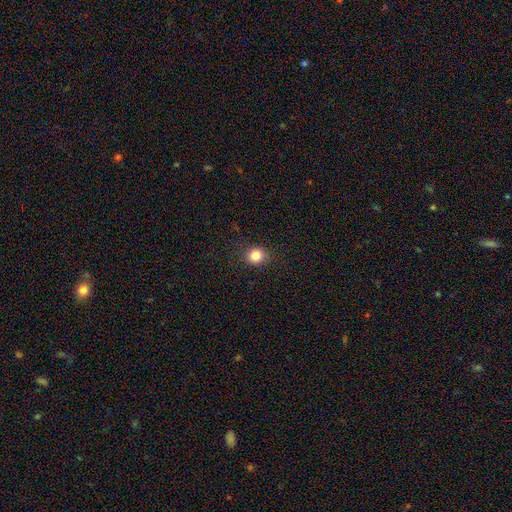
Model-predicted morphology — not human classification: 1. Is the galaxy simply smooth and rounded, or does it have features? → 84% smooth, 11% star or artifact, 5% featured or disk.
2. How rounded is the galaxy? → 80% round, 19% in between, 1% cigar-shaped.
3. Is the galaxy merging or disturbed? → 86% none, 10% minor disturbance, 3% major disturbance, 1% merger.